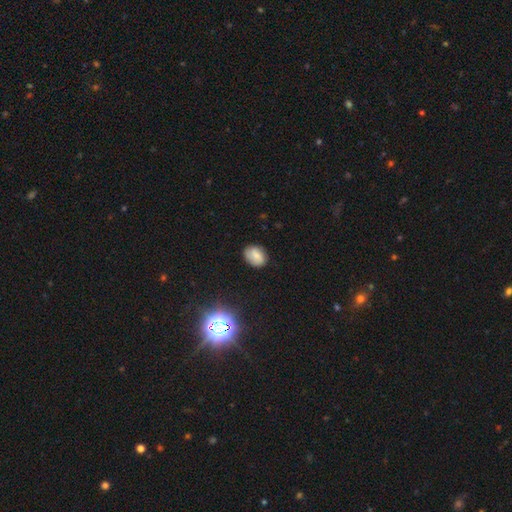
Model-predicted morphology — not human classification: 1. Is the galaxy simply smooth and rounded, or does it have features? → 75% smooth, 14% featured or disk, 11% star or artifact.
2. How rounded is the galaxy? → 69% in between, 30% round, 1% cigar-shaped.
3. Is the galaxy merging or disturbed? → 78% none, 17% minor disturbance, 3% major disturbance, 2% merger.